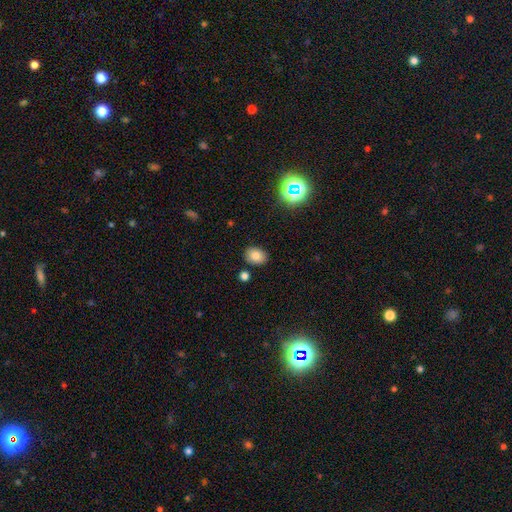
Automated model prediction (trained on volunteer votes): Q: Smooth or featured?
A: smooth (80%); runner-up: star or artifact (12%)
Q: How rounded?
A: in between (62%); runner-up: round (37%)
Q: Merging?
A: none (84%); runner-up: minor disturbance (9%)